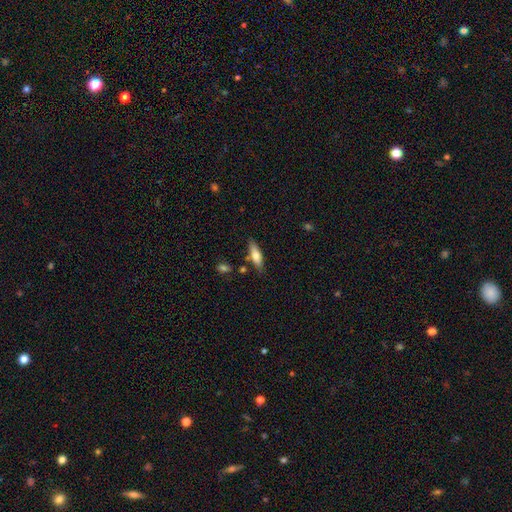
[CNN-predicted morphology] This appears to be a smooth galaxy with no disk features (69%) that is cigar-shaped (52%). Merging: none (76%).